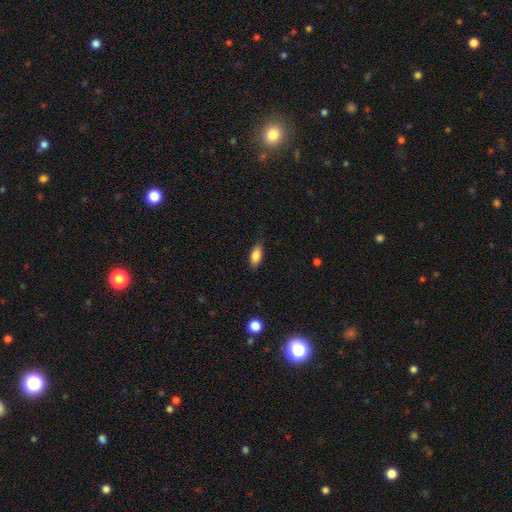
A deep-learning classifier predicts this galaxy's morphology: Smooth or featured? smooth (84%)
How rounded? in between (86%)
Merging? none (82%)